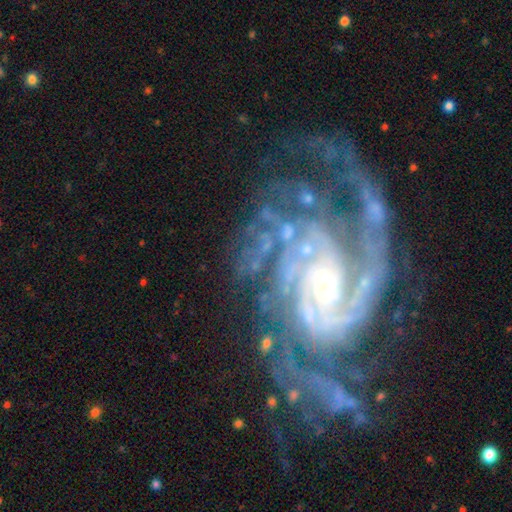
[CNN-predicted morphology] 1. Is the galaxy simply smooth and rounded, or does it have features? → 89% featured or disk, 7% star or artifact, 4% smooth.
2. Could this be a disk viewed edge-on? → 97% no, 3% yes.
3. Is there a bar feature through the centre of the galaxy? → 61% no, 26% weak, 14% strong.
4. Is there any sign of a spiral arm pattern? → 98% yes, 2% no.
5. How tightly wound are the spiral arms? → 59% tight, 33% medium, 9% loose.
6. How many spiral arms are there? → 20% can't tell, 19% 3, 18% 4, 18% 2, 16% more than 4, 9% 1.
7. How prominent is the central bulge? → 73% small, 22% moderate, 2% none, 2% large, 1% dominant.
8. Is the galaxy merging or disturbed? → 52% none, 23% major disturbance, 18% minor disturbance, 8% merger.